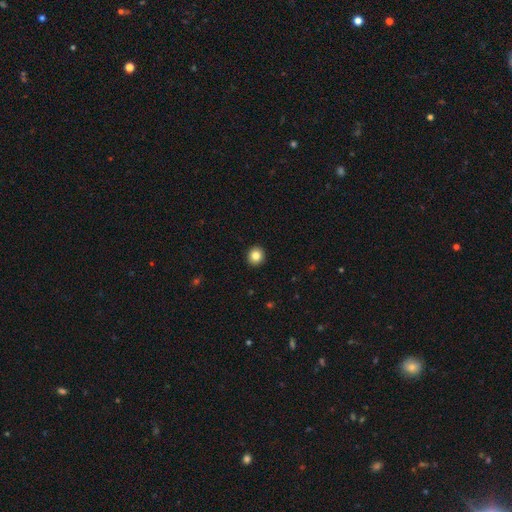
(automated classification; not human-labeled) Smooth or featured? smooth (84%)
How rounded? round (89%)
Merging? none (93%)